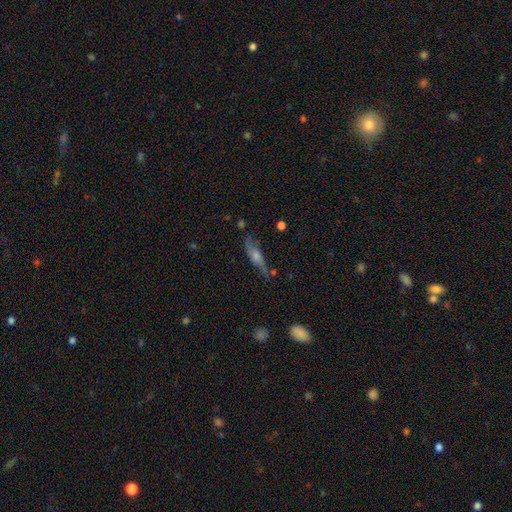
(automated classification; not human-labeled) This is possibly a featured or disk galaxy (54%). It is likely viewed edge-on (63%). Merging: likely none (65%).